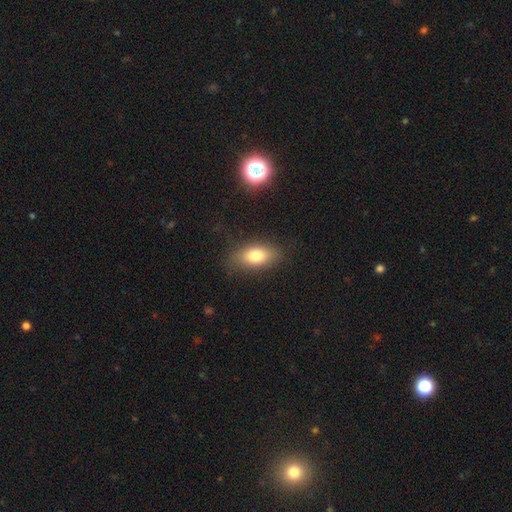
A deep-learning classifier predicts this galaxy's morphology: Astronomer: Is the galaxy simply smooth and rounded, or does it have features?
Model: smooth — 78%.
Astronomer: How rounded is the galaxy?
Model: in between — 87%.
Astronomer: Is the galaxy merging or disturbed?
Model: none — 79%.